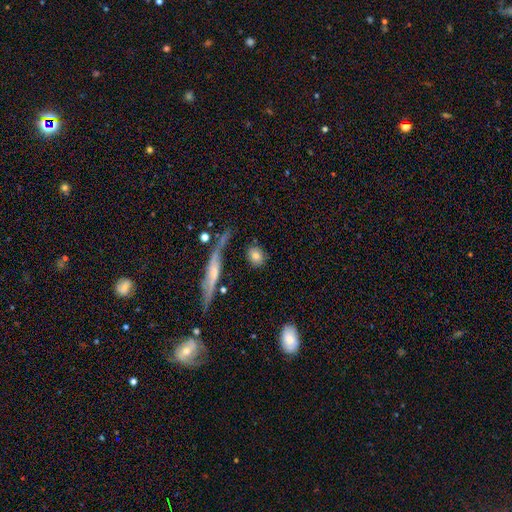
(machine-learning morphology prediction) smooth_or_featured: smooth (p=0.76) [alt: featured or disk p=0.16]
how_rounded: round (p=0.48) [alt: in between p=0.44]
merging: none (p=0.75) [alt: minor disturbance p=0.12]